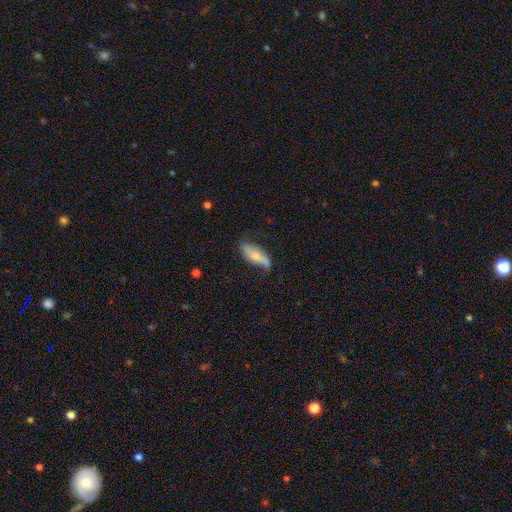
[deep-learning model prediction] A featured or disk galaxy (47%, tied with smooth).

Vote fractions:
- Smooth or featured? featured or disk: 47% (tied) / smooth: 47% (tied) / star or artifact: 7%
- Merging? none: 64% / minor disturbance: 27% / major disturbance: 7% / merger: 2%